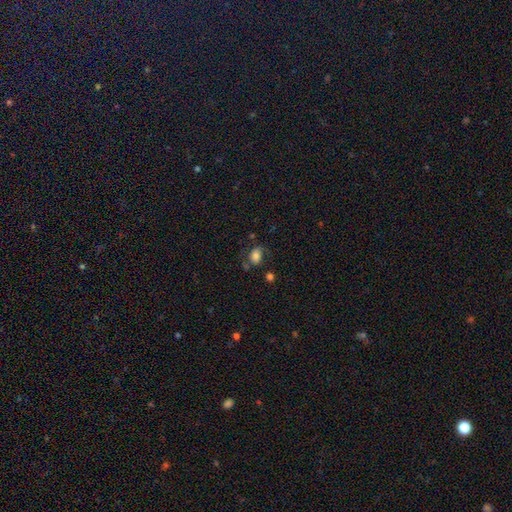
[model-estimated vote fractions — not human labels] Smooth or featured: smooth — 69% (featured or disk — 20%)
How rounded: in between — 74% (round — 24%)
Merging: none — 56% (minor disturbance — 23%)